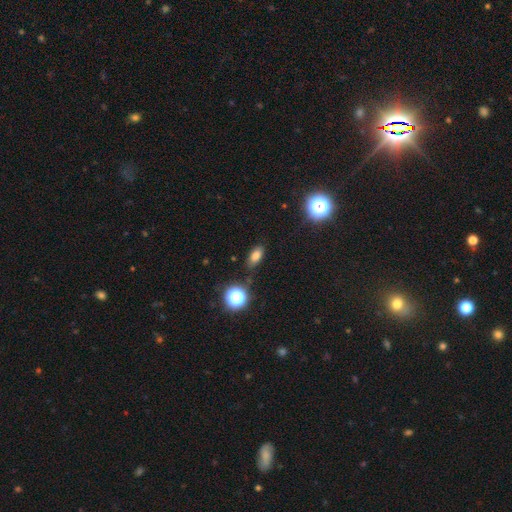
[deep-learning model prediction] Morphology: type=smooth (76%); roundness=in between (81%); merging=none (81%).